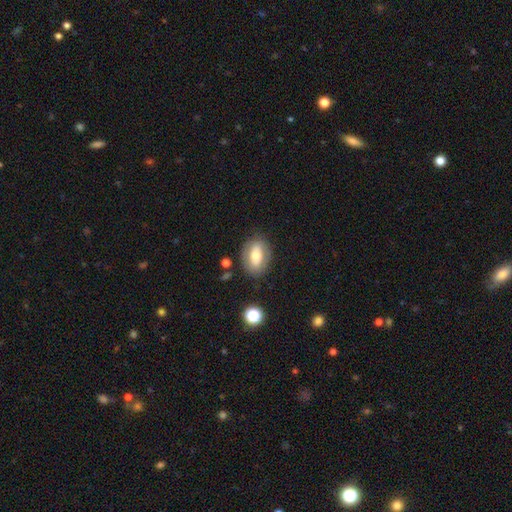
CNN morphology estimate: Smooth or featured?
  - smooth: 56% *
  - featured or disk: 36%
  - star or artifact: 8%
How rounded?
  - in between: 80% *
  - round: 18%
  - cigar-shaped: 2%
Merging?
  - none: 79% *
  - minor disturbance: 14%
  - major disturbance: 5%
  - merger: 3%